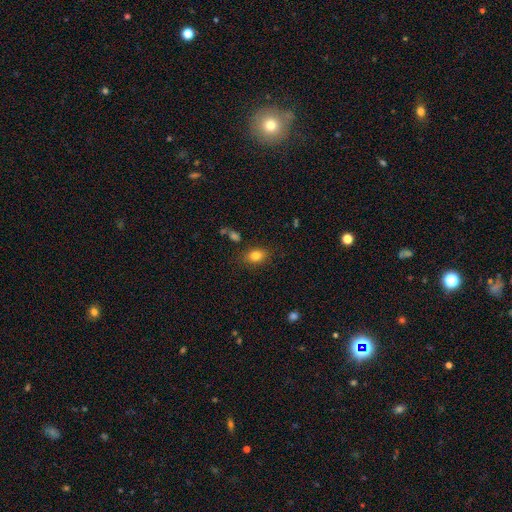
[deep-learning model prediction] smooth 81%, star or artifact 11%, featured or disk 9%. Down the decision tree: how rounded — in between (73%); merging — none (83%).